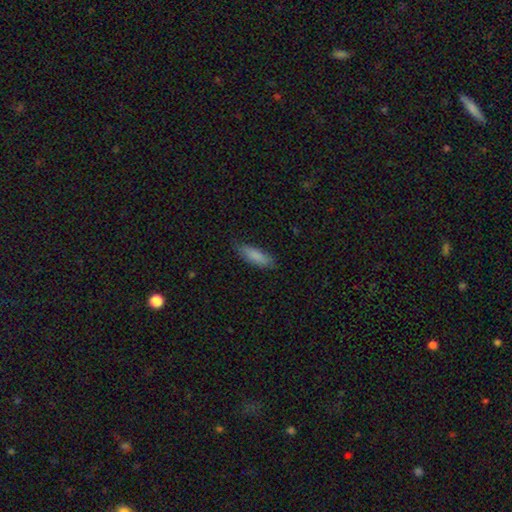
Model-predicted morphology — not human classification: Smooth or featured: smooth — 86% (featured or disk — 9%)
How rounded: in between — 52% (cigar-shaped — 47%)
Merging: none — 80% (minor disturbance — 16%)